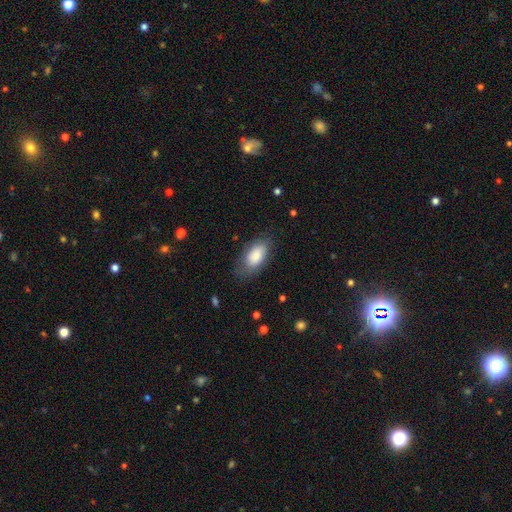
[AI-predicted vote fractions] Morphology: type=smooth (80%); roundness=in between (92%); merging=none (69%).